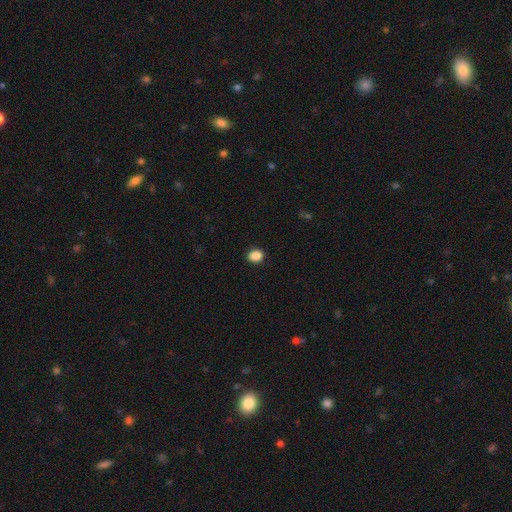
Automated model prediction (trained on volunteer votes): Overall: smooth (88%). How rounded: round (64%; in between 35%). Merging: none (91%).